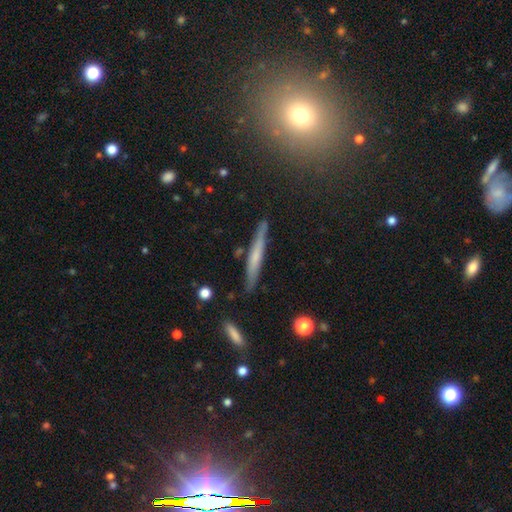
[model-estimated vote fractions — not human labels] smooth_or_featured: smooth (p=0.48) [alt: featured or disk p=0.45]
merging: none (p=0.84) [alt: minor disturbance p=0.11]